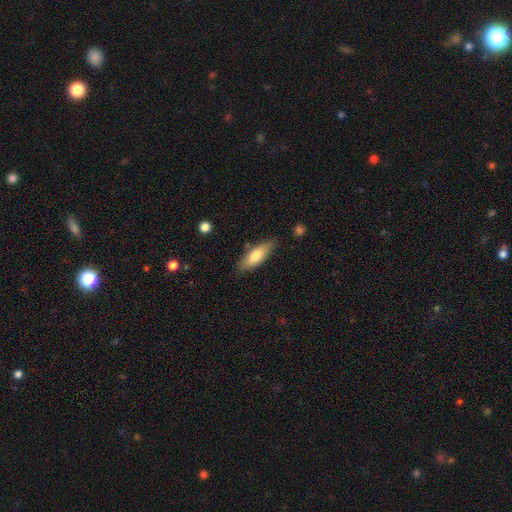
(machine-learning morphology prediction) Overall: smooth (71%). How rounded: in between (57%; cigar-shaped 41%). Merging: none (81%).